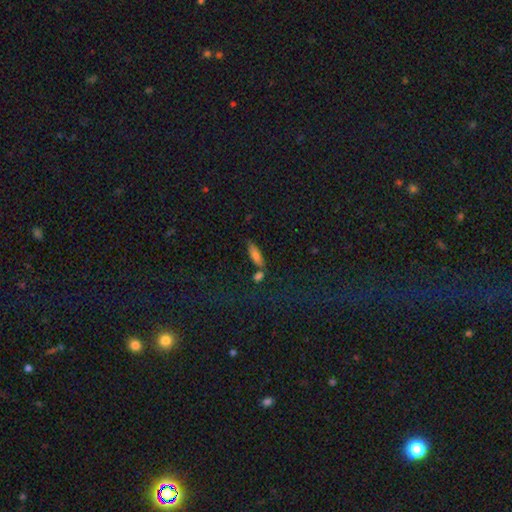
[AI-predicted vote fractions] Smooth or featured? smooth (72%)
How rounded? cigar-shaped (48%, tied with in between)
Merging? none (68%)